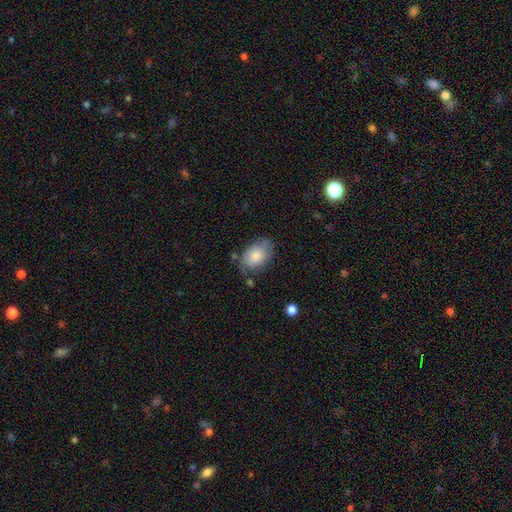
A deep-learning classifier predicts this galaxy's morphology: This appears to be a smooth galaxy with no disk features (80%) that is in between round and cigar-shaped (89%). Merging: none (65%).